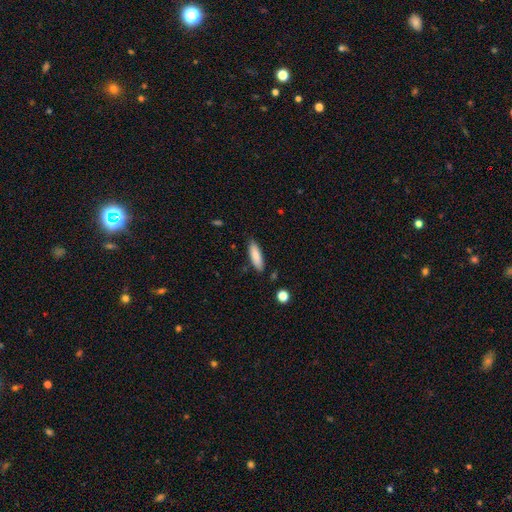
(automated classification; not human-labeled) smooth_or_featured: smooth (p=0.84) [alt: featured or disk p=0.10]
how_rounded: cigar-shaped (p=0.55) [alt: in between p=0.43]
merging: none (p=0.84) [alt: minor disturbance p=0.12]